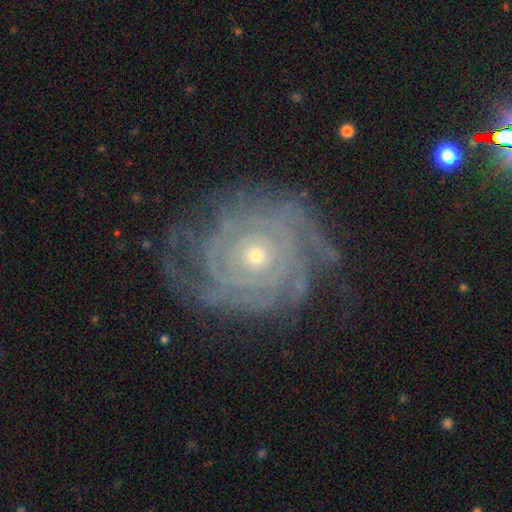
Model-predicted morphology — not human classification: Smooth or featured?
  - featured or disk: 87% *
  - star or artifact: 7%
  - smooth: 6%
Edge-on disk?
  - no: 97% *
  - yes: 3%
Bar?
  - no: 82% *
  - weak: 13%
  - strong: 5%
Spiral arms?
  - yes: 96% *
  - no: 4%
Spiral winding?
  - tight: 83% *
  - medium: 14%
  - loose: 3%
Spiral arm count?
  - can't tell: 32% *
  - 4: 16%
  - more than 4: 16%
  - 3: 15%
  - 2: 13%
  - 1: 7%
Bulge size?
  - small: 65% *
  - moderate: 32%
  - large: 1%
  - none: 1%
  - dominant: 1%
Merging?
  - none: 72% *
  - minor disturbance: 17%
  - major disturbance: 9%
  - merger: 2%